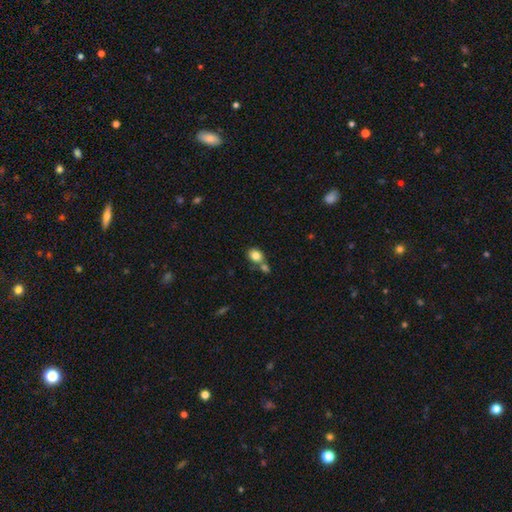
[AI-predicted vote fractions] smooth-or-featured: smooth: 83% | star or artifact: 9% | featured or disk: 7%
  how-rounded: round: 56% | in between: 43% | cigar-shaped: 1%
  merging: none: 52% | merger: 33% | minor disturbance: 11% | major disturbance: 4%